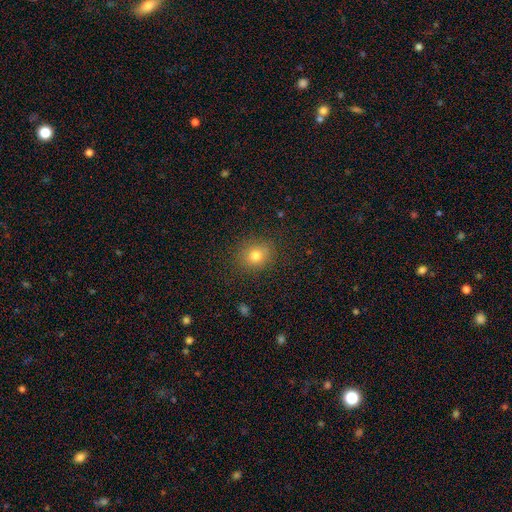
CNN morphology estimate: Q: Smooth or featured?
A: smooth (79%); runner-up: star or artifact (13%)
Q: How rounded?
A: round (66%); runner-up: in between (33%)
Q: Merging?
A: none (87%); runner-up: minor disturbance (9%)